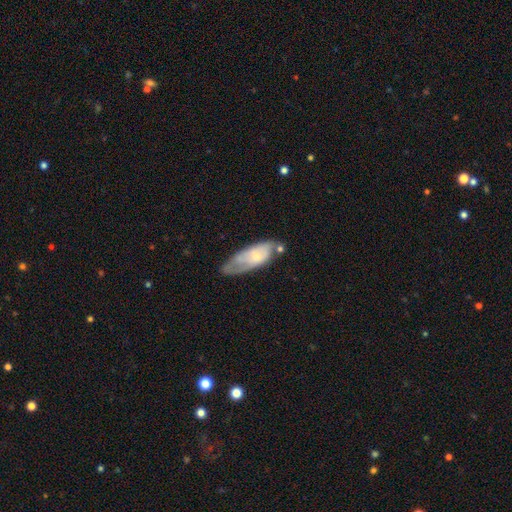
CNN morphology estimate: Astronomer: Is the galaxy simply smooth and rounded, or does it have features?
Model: smooth — 50% (runner-up: featured or disk, 44%).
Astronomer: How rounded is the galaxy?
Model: in between — 72%.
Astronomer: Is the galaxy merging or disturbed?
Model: none — 41% (runner-up: minor disturbance, 33%).